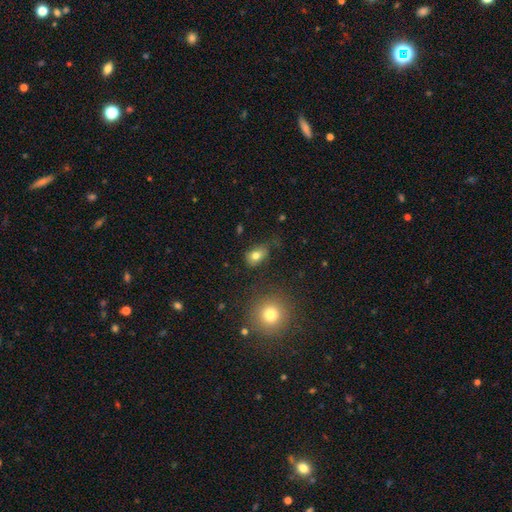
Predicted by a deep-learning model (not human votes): smooth_or_featured: smooth (p=0.78) [alt: star or artifact p=0.11]
how_rounded: in between (p=0.74) [alt: round p=0.24]
merging: none (p=0.59) [alt: minor disturbance p=0.25]